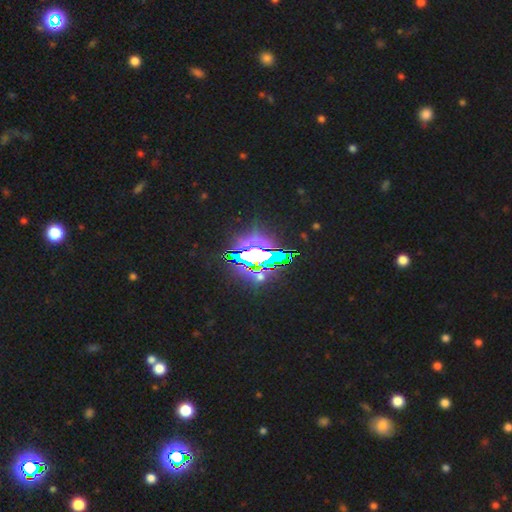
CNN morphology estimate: This appears to be a star or artifact, not a galaxy (79%).